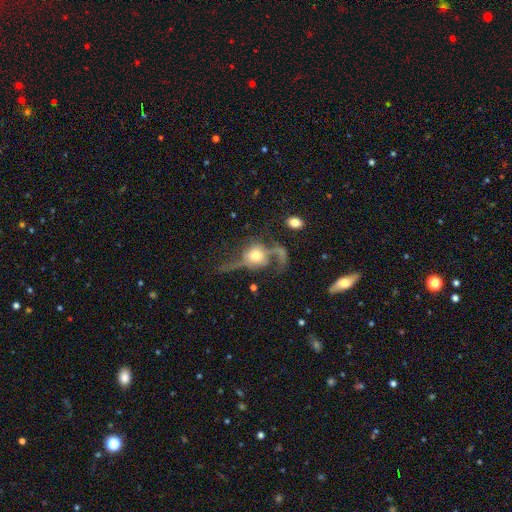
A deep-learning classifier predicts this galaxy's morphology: Overall: featured or disk (64%; smooth 28%). Edge-on disk: no (86%). Bar: no (78%). Spiral arms: yes (70%; no 30%). Bulge size: moderate (54%; small 23%). Merging: major disturbance (47%; none 28%).